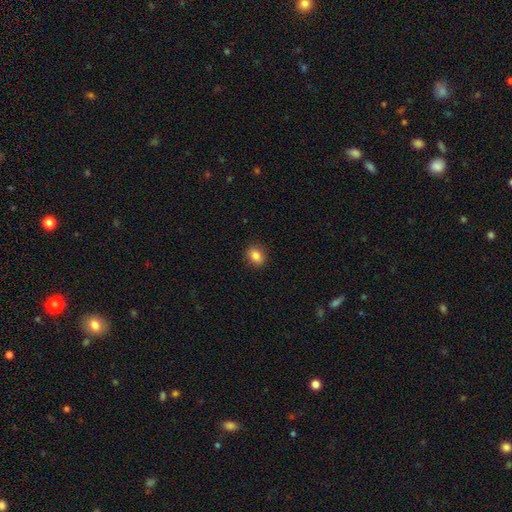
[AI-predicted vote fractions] A smooth galaxy with no disk features (84%) that is in between round and cigar-shaped (63%).

Vote fractions:
- Smooth or featured? smooth: 84% / star or artifact: 9% / featured or disk: 6%
- How rounded? in between: 63% / round: 35% / cigar-shaped: 1%
- Merging? none: 89% / minor disturbance: 8% / major disturbance: 2% / merger: 1%